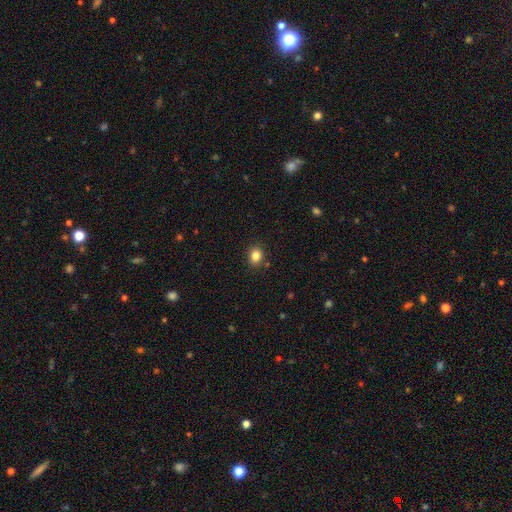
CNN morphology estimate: smooth-or-featured: smooth: 83% | star or artifact: 11% | featured or disk: 5%
  how-rounded: round: 60% | in between: 39% | cigar-shaped: 1%
  merging: none: 88% | minor disturbance: 8% | major disturbance: 2% | merger: 1%